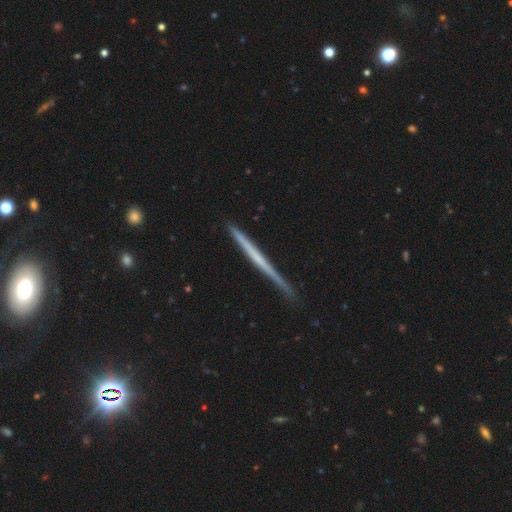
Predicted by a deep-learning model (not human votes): Smooth or featured: featured or disk — 62% (smooth — 33%)
Edge-on disk: yes — 98% (no — 2%)
Edge-on bulge: none — 84% (rounded — 11%)
Merging: none — 87% (minor disturbance — 10%)